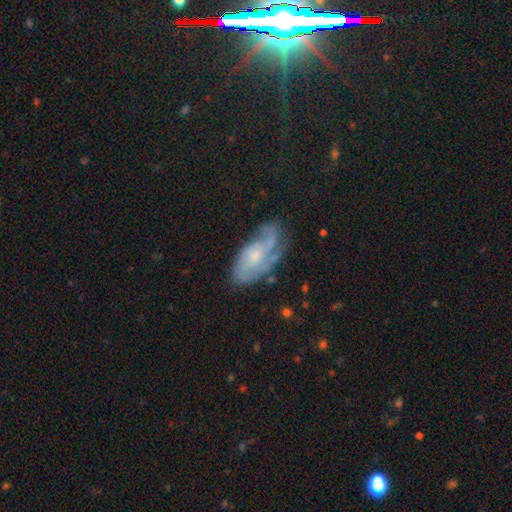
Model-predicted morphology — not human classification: featured or disk 76%, smooth 15%, star or artifact 8%. Down the decision tree: edge-on disk — no (94%); bar — no (65%); spiral arms — yes (94%); spiral arm count — 2 (33%); spiral winding — tight (43%); bulge size — small (55%); merging — none (61%).